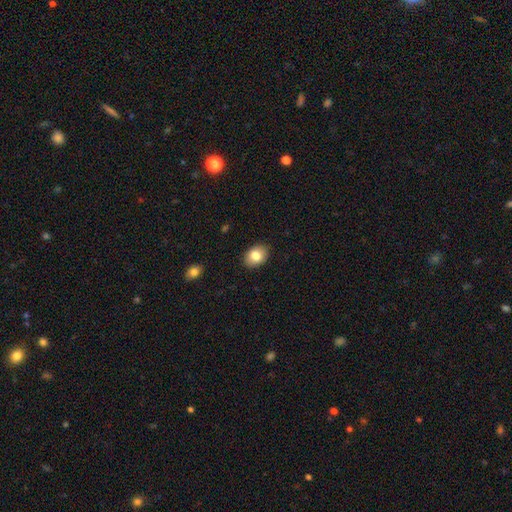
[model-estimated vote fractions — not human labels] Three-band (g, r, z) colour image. It shows a smooth galaxy with no disk features (81%) that is in between round and cigar-shaped (73%). Merging: none (89%).